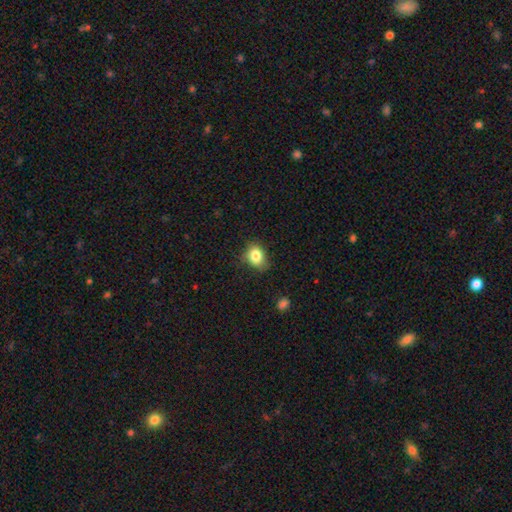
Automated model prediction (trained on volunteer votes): smooth_or_featured: smooth (p=0.83) [alt: star or artifact p=0.10]
how_rounded: in between (p=0.52) [alt: round p=0.47]
merging: none (p=0.74) [alt: minor disturbance p=0.21]